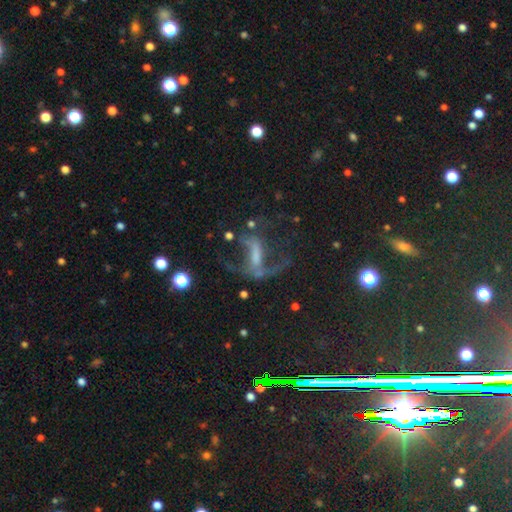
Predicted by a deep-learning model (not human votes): smooth_or_featured: featured or disk (p=0.69) [alt: star or artifact p=0.18]
disk_edge_on: no (p=0.92) [alt: yes p=0.08]
bar: strong (p=0.40) [alt: weak p=0.36]
has_spiral_arms: yes (p=0.76) [alt: no p=0.24]
bulge_size: none (p=0.35) [alt: small p=0.32]
merging: none (p=0.42) [alt: major disturbance p=0.35]